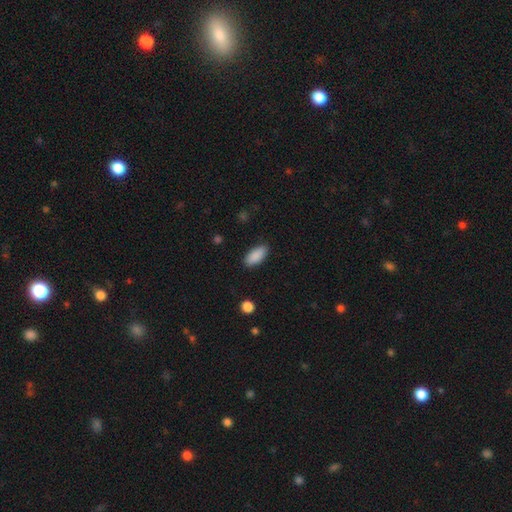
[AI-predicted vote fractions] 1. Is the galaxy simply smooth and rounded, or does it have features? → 90% smooth, 6% star or artifact, 4% featured or disk.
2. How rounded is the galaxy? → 87% in between, 11% cigar-shaped, 2% round.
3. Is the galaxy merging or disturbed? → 86% none, 10% minor disturbance, 2% major disturbance, 1% merger.